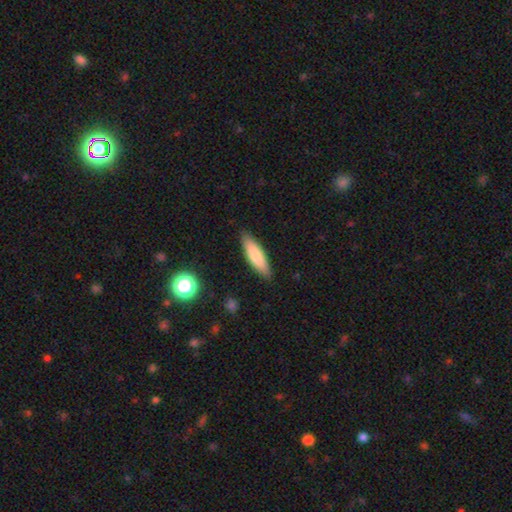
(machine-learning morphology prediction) smooth-or-featured: smooth: 80% | featured or disk: 14% | star or artifact: 6%
  how-rounded: cigar-shaped: 60% | in between: 38% | round: 1%
  merging: none: 87% | minor disturbance: 10% | major disturbance: 2% | merger: 1%